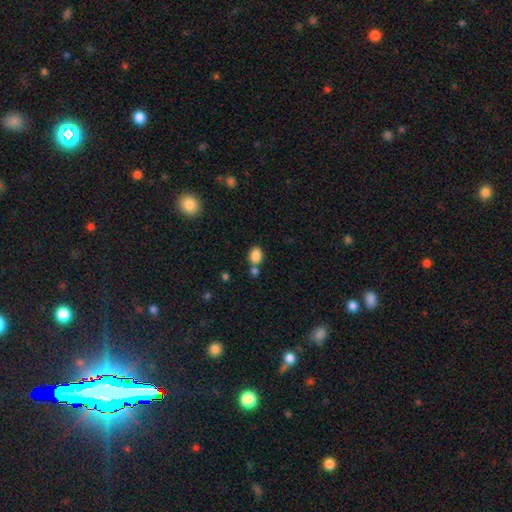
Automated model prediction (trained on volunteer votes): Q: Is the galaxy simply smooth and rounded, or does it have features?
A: smooth — 85%.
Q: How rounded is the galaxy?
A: in between — 67%.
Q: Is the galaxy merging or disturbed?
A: none — 62%.